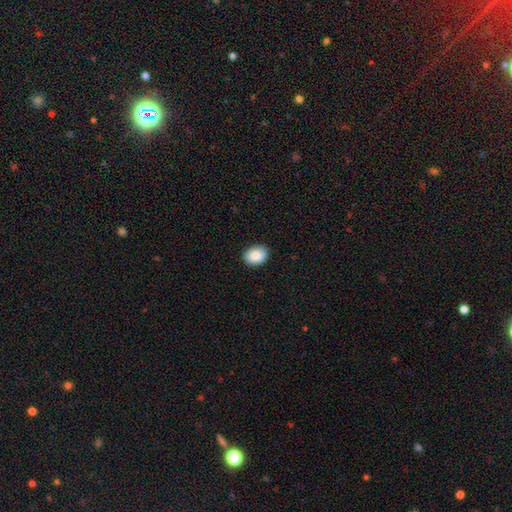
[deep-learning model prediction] smooth-or-featured: smooth: 85% | featured or disk: 8% | star or artifact: 7%
  how-rounded: in between: 69% | round: 30% | cigar-shaped: 1%
  merging: none: 89% | minor disturbance: 9% | major disturbance: 2% | merger: 1%